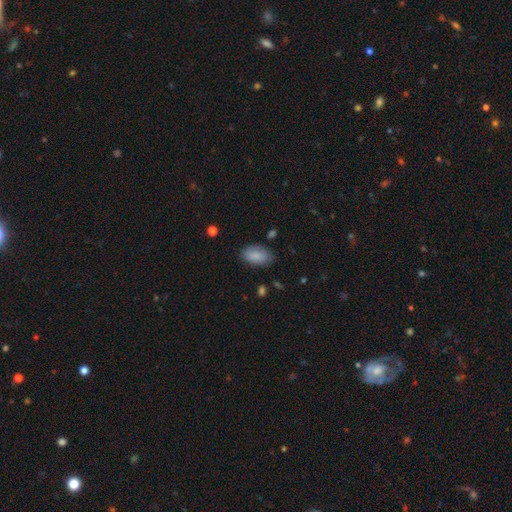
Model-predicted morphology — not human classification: This is clearly a smooth galaxy (87%). How rounded: clearly in between (92%). Merging: likely none (77%).